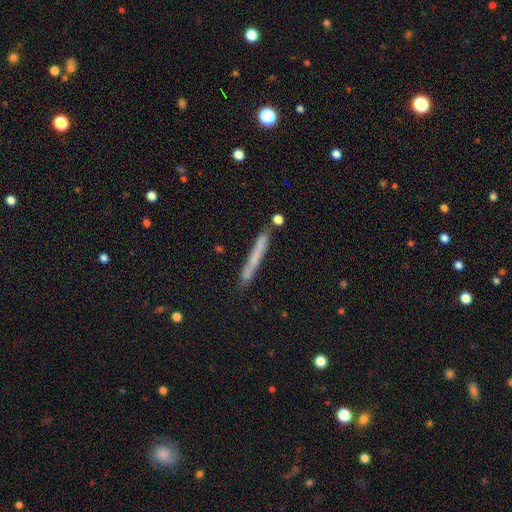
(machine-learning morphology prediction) A smooth galaxy with no disk features (61%) that is cigar-shaped (97%).

Vote fractions:
- Smooth or featured? smooth: 61% / featured or disk: 31% / star or artifact: 8%
- How rounded? cigar-shaped: 97% / in between: 2% / round: 1%
- Merging? none: 82% / minor disturbance: 12% / merger: 3% / major disturbance: 2%